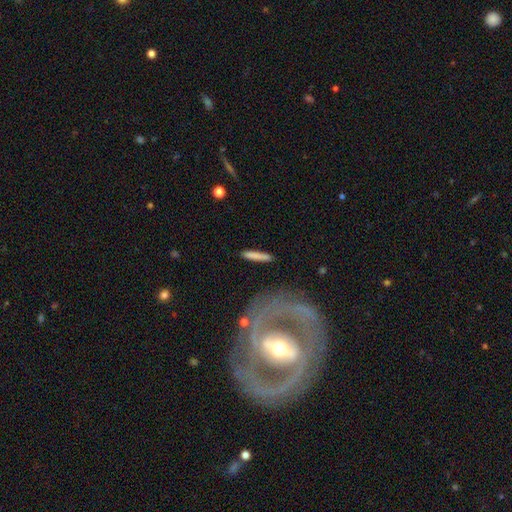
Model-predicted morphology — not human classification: Smooth or featured?
  - smooth: 80% *
  - featured or disk: 14%
  - star or artifact: 6%
How rounded?
  - cigar-shaped: 90% *
  - in between: 8%
  - round: 2%
Merging?
  - none: 84% *
  - minor disturbance: 9%
  - merger: 3%
  - major disturbance: 3%